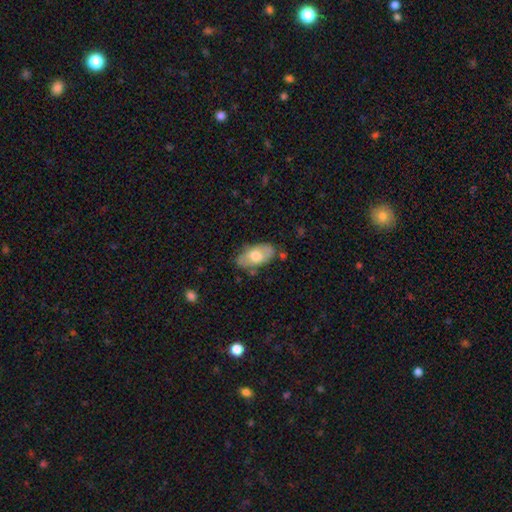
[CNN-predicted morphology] This is likely a smooth galaxy (62%). How rounded: clearly in between (93%). Merging: likely none (74%).